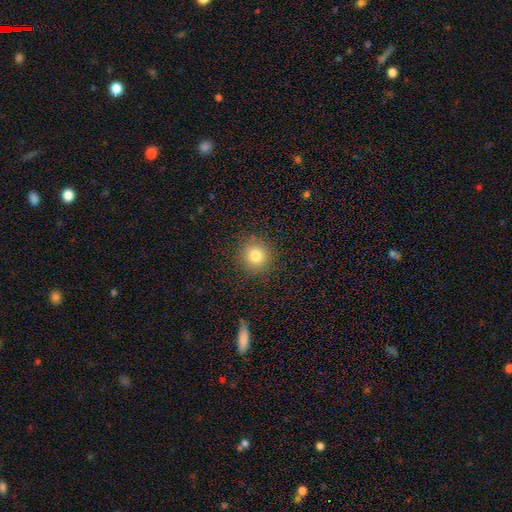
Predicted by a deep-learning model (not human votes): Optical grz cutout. It shows a smooth galaxy with no disk features (80%) that is round (91%). Merging: none (89%).